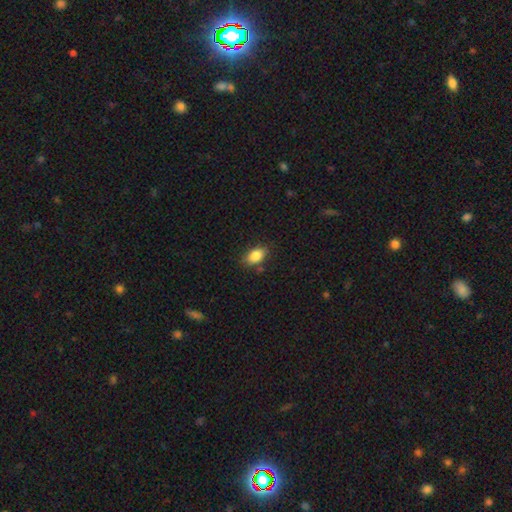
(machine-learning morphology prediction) A smooth galaxy with no disk features (86%) that is in between round and cigar-shaped (87%).

Vote fractions:
- Smooth or featured? smooth: 86% / star or artifact: 8% / featured or disk: 6%
- How rounded? in between: 87% / round: 11% / cigar-shaped: 2%
- Merging? none: 78% / minor disturbance: 16% / major disturbance: 3% / merger: 3%